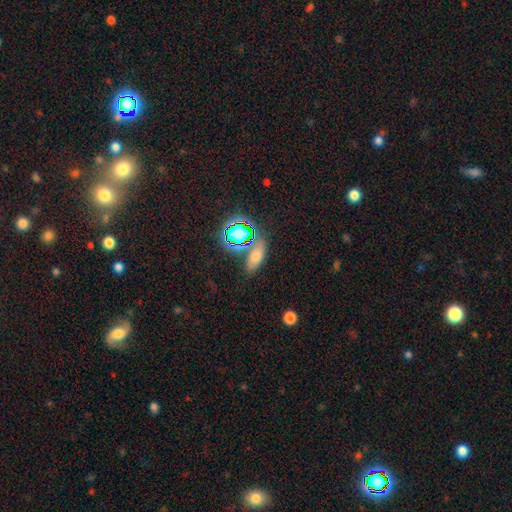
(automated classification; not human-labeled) smooth 61%, star or artifact 25%, featured or disk 15%. Down the decision tree: how rounded — in between (74%); merging — none (69%).